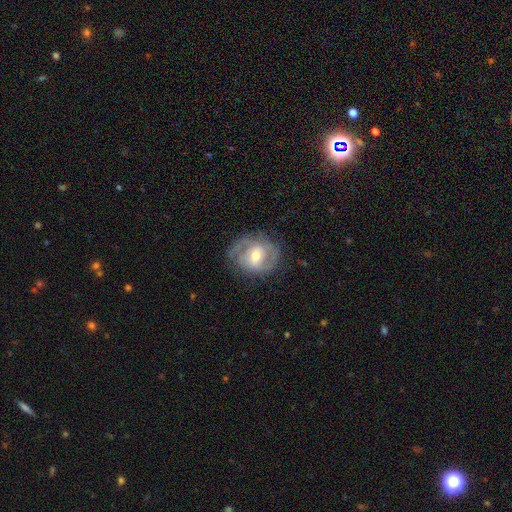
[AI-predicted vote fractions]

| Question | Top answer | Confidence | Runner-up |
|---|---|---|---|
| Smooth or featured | featured or disk | 79% | smooth (15%) |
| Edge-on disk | no | 97% | yes (3%) |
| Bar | weak | 47% | no (35%) |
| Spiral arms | yes | 90% | no (10%) |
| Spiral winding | tight | 44% | medium (43%) |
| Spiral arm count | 2 | 68% | can't tell (14%) |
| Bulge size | moderate | 68% | small (24%) |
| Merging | none | 72% | minor disturbance (18%) |